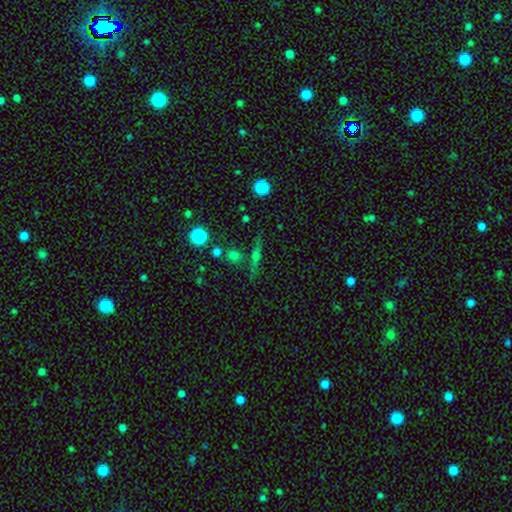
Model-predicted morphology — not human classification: Smooth or featured?
  - featured or disk: 42% *
  - smooth: 34%
  - star or artifact: 23%
Merging?
  - none: 78% *
  - minor disturbance: 10%
  - merger: 8%
  - major disturbance: 4%